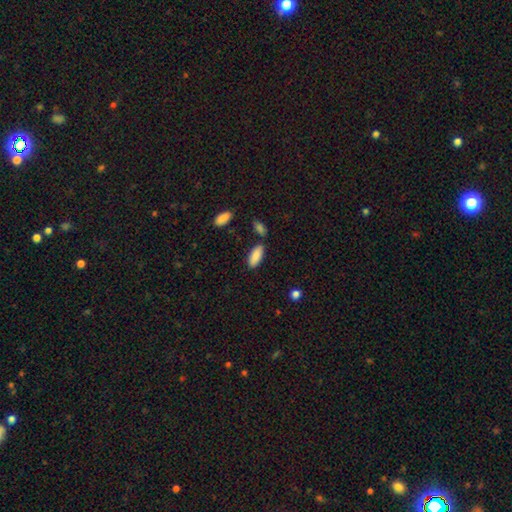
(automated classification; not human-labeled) Smooth or featured?
  - smooth: 88% *
  - star or artifact: 6%
  - featured or disk: 6%
How rounded?
  - in between: 80% *
  - cigar-shaped: 18%
  - round: 2%
Merging?
  - none: 78% *
  - minor disturbance: 12%
  - merger: 7%
  - major disturbance: 3%